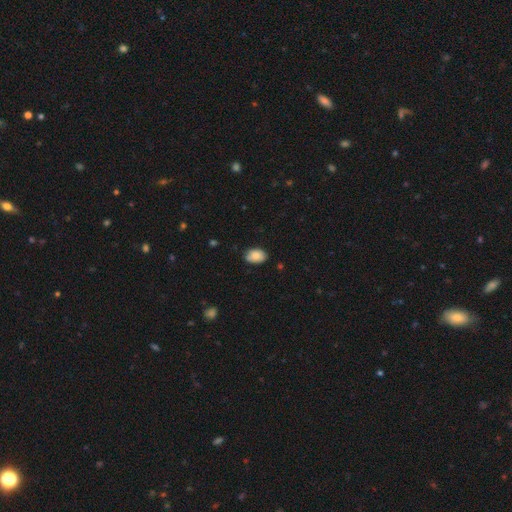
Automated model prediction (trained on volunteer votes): smooth 85%, featured or disk 8%, star or artifact 7%. Down the decision tree: how rounded — in between (88%); merging — none (76%).